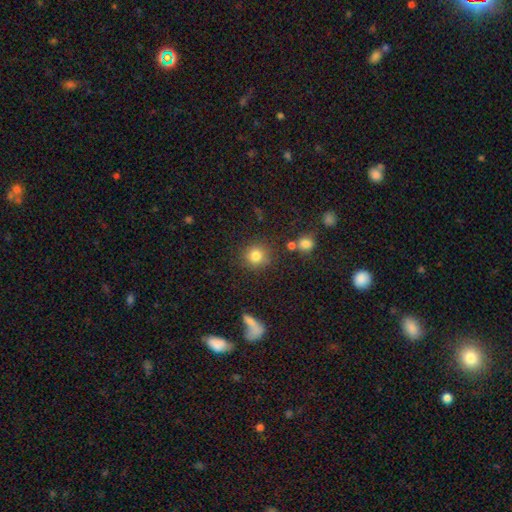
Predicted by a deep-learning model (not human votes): A smooth galaxy with no disk features (82%) that is round (90%). Merging: none (83%).